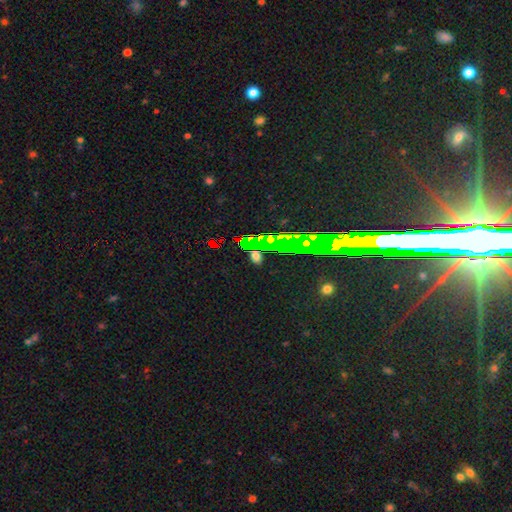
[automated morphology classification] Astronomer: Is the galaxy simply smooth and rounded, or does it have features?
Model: star or artifact — 60%.